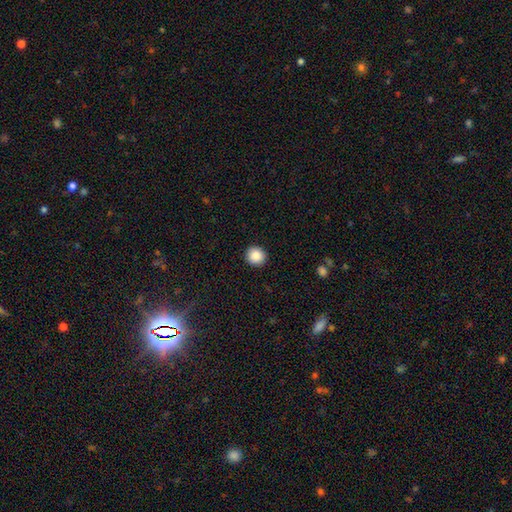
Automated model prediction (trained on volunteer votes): smooth-or-featured: smooth: 88% | star or artifact: 9% | featured or disk: 3%
  how-rounded: round: 93% | in between: 6% | cigar-shaped: 1%
  merging: none: 92% | minor disturbance: 5% | major disturbance: 2% | merger: 1%